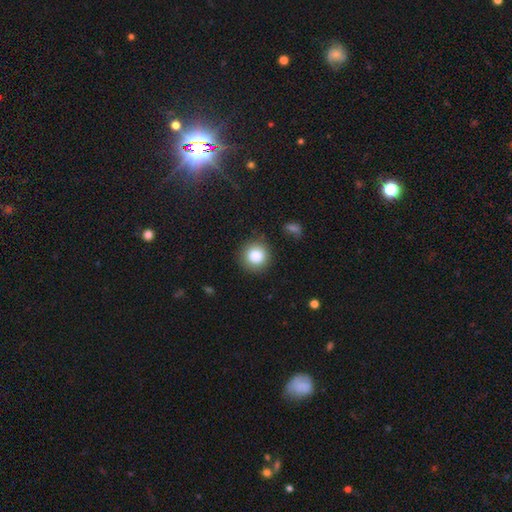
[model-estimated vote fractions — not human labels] Q: Smooth or featured?
A: smooth (84%); runner-up: star or artifact (10%)
Q: How rounded?
A: round (92%); runner-up: in between (7%)
Q: Merging?
A: none (87%); runner-up: minor disturbance (8%)